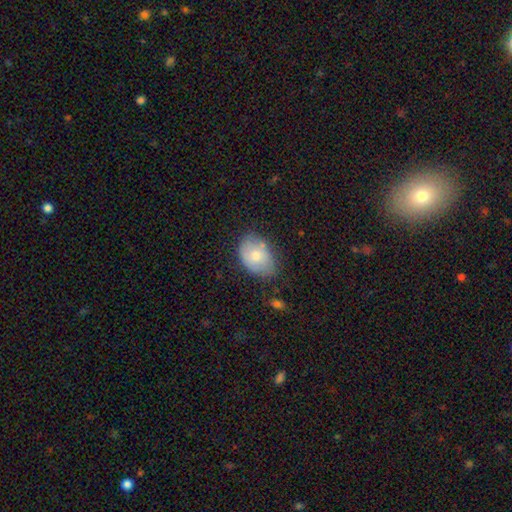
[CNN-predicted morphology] A smooth galaxy with no disk features (67%) that is in between round and cigar-shaped (77%).

Vote fractions:
- Smooth or featured? smooth: 67% / featured or disk: 25% / star or artifact: 7%
- How rounded? in between: 77% / round: 22% / cigar-shaped: 1%
- Merging? none: 66% / minor disturbance: 25% / major disturbance: 5% / merger: 4%